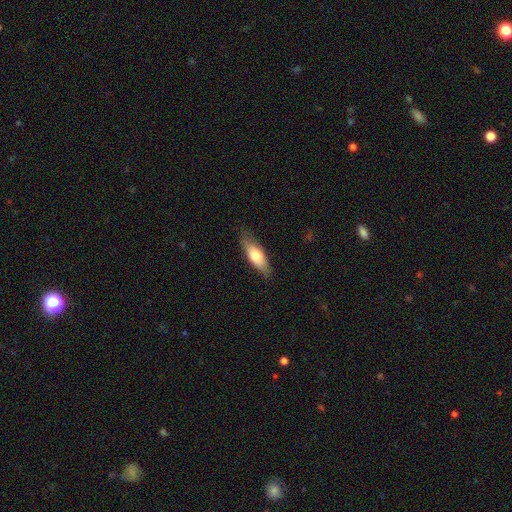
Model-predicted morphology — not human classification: This appears to be a smooth galaxy with no disk features (69%) that is in between round and cigar-shaped (60%). Merging: none (78%).